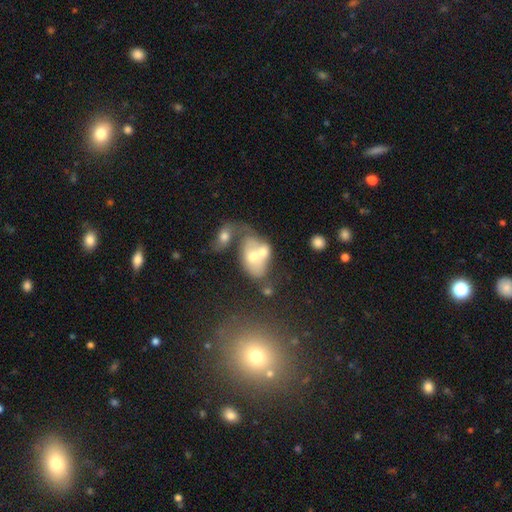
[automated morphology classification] This appears to be a smooth galaxy with no disk features (50%) that is in between round and cigar-shaped (77%). Merging: merger (69%).